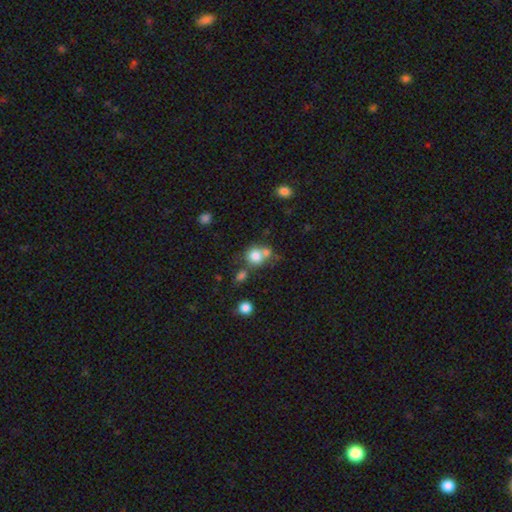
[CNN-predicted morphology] This is likely a smooth galaxy (78%). How rounded: clearly round (82%). Merging: possibly none (46%).